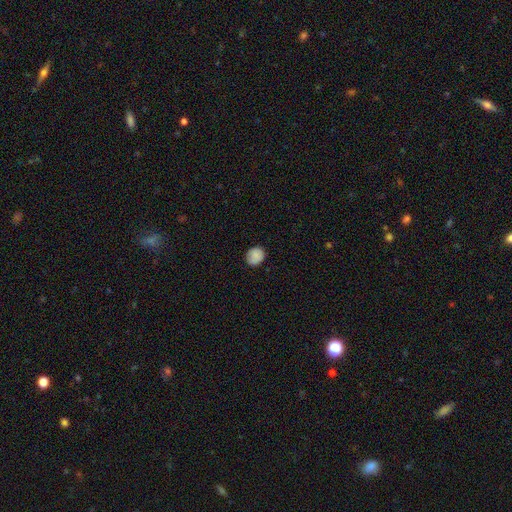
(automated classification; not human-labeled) Smooth or featured? Predicted: smooth (p=0.85). How rounded? Predicted: round (p=0.70). Merging? Predicted: none (p=0.81).